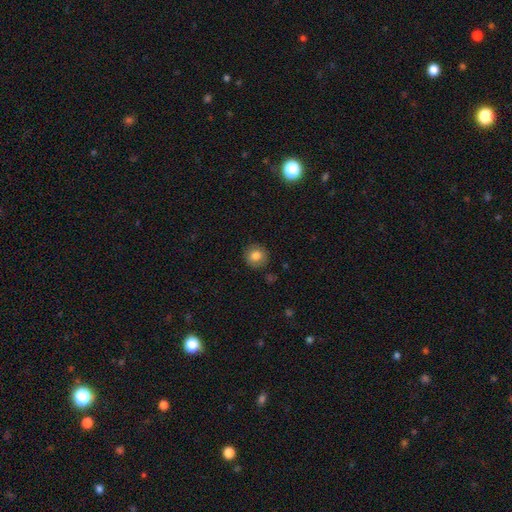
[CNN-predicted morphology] A smooth galaxy with no disk features (82%) that is round (90%).

Vote fractions:
- Smooth or featured? smooth: 82% / star or artifact: 9% / featured or disk: 9%
- How rounded? round: 90% / in between: 9% / cigar-shaped: 1%
- Merging? none: 88% / minor disturbance: 8% / major disturbance: 2% / merger: 1%